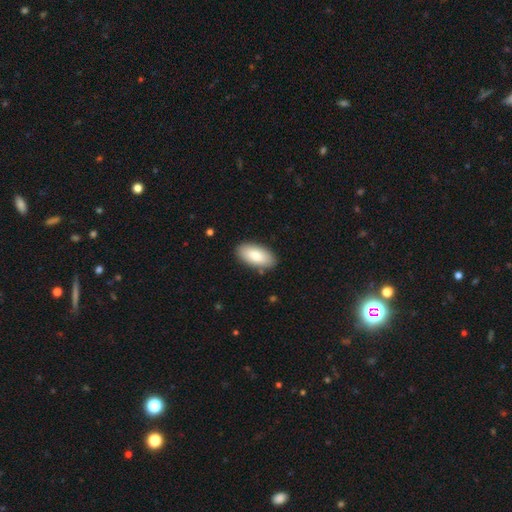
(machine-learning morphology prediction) This appears to be a smooth galaxy with no disk features (82%) that is in between round and cigar-shaped (93%). Merging: none (87%).